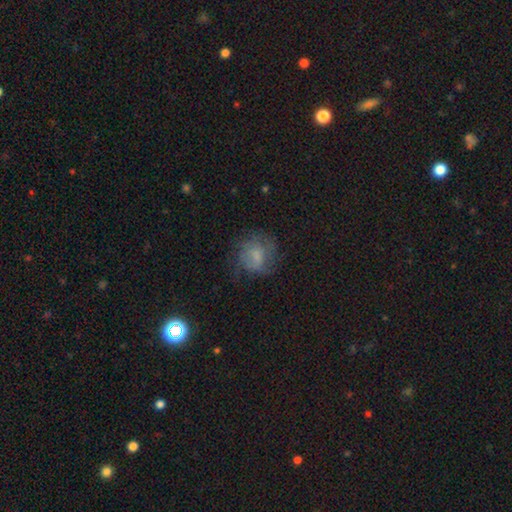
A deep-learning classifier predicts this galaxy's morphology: Overall: smooth (60%; featured or disk 29%). How rounded: round (77%). Merging: none (58%; minor disturbance 23%).